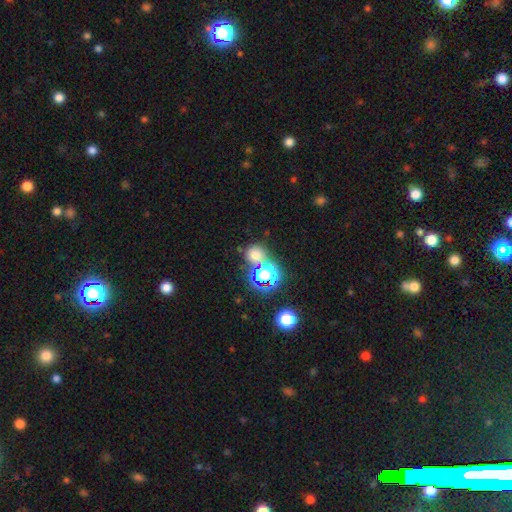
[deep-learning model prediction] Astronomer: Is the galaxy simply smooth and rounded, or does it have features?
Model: smooth — 65%.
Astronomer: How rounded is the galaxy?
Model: round — 84%.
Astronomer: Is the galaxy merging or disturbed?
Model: none — 59%.